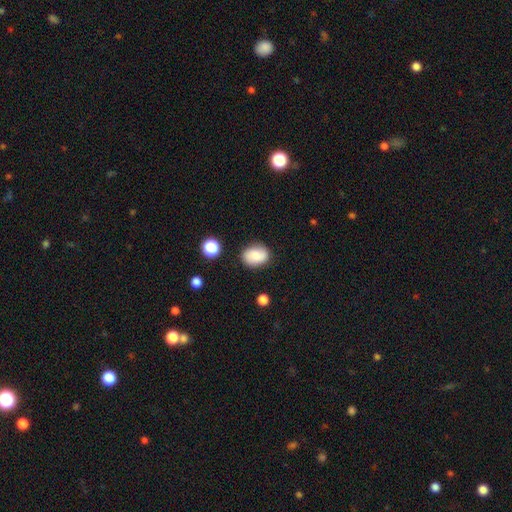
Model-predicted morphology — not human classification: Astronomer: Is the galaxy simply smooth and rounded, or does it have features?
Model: smooth — 75%.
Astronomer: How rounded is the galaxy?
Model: in between — 62%.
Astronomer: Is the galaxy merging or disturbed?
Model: none — 80%.